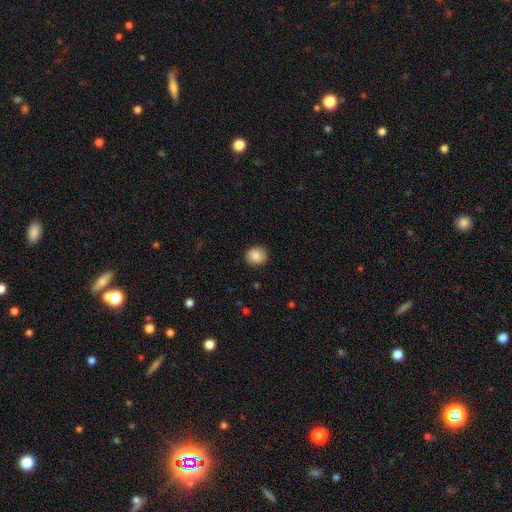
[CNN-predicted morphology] Smooth or featured? smooth (87%)
How rounded? round (81%)
Merging? none (89%)